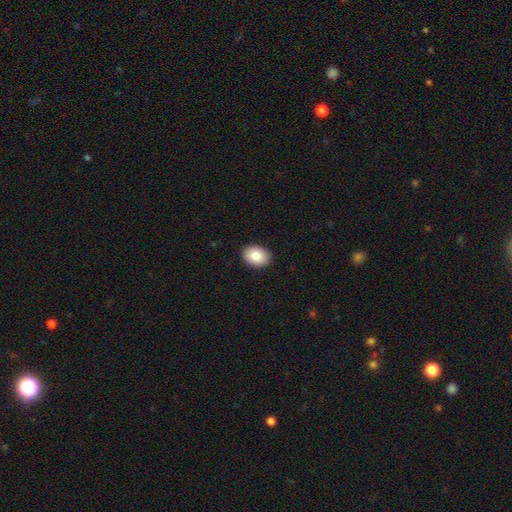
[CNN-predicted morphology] Smooth or featured?
  - smooth: 86% *
  - featured or disk: 7%
  - star or artifact: 7%
How rounded?
  - in between: 72% *
  - round: 27%
  - cigar-shaped: 1%
Merging?
  - none: 91% *
  - minor disturbance: 7%
  - major disturbance: 2%
  - merger: 1%